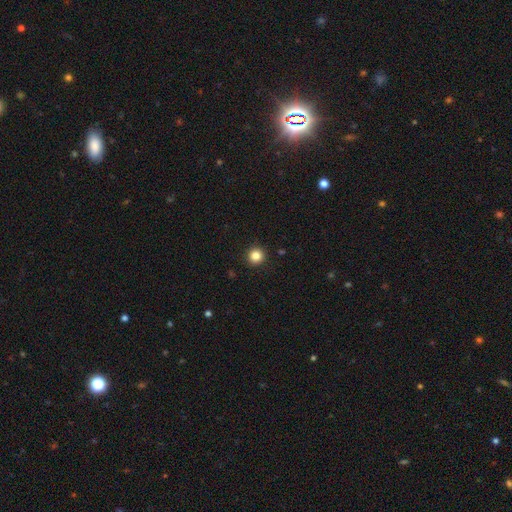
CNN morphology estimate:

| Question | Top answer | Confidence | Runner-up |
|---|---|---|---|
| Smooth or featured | smooth | 84% | star or artifact (12%) |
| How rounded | round | 95% | in between (4%) |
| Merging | none | 93% | minor disturbance (5%) |